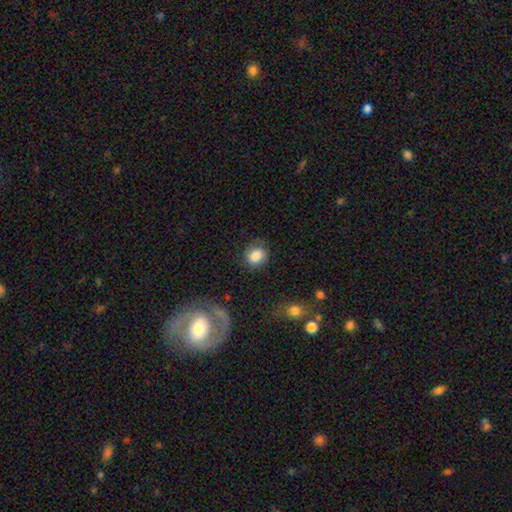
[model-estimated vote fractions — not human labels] This appears to be a smooth galaxy with no disk features (84%) that is round (69%). Merging: none (77%).